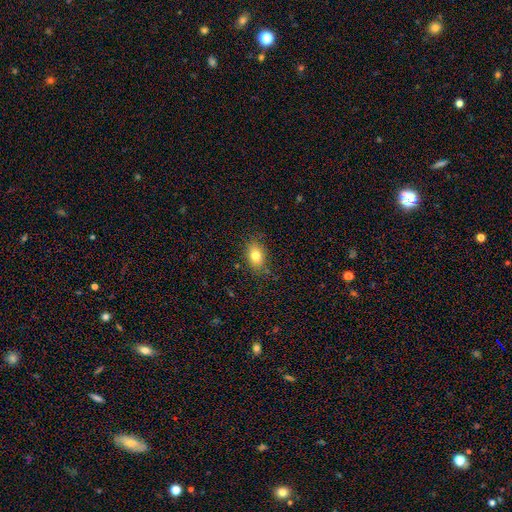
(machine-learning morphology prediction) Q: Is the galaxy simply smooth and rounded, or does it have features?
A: smooth — 81%.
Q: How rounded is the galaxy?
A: in between — 79%.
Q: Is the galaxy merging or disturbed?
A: none — 83%.